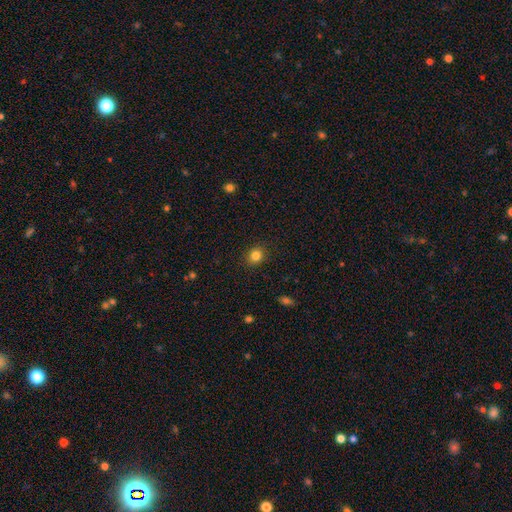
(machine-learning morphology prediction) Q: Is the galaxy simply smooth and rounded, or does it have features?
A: smooth — 83%.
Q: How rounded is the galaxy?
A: round — 74%.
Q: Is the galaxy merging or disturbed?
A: none — 90%.